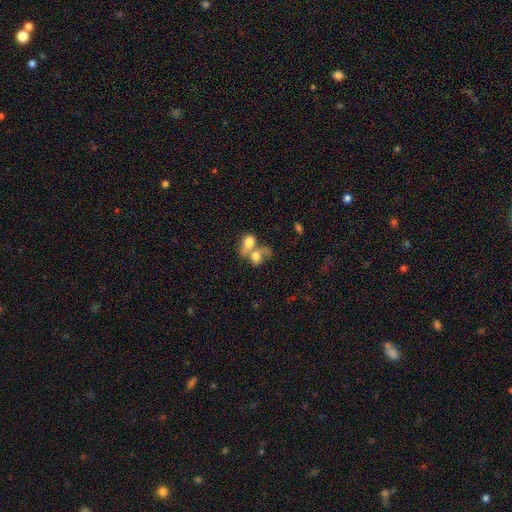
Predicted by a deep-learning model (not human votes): The model was most divided on "how rounded": in between: 56%, round: 42%, cigar-shaped: 2%. More confident: merging — merger (72%); smooth or featured — smooth (68%).